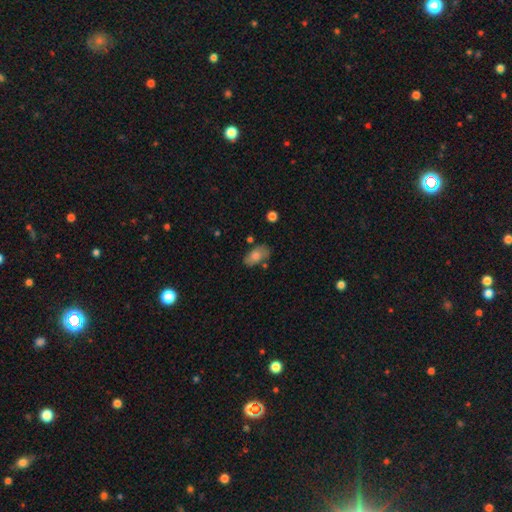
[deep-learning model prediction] Overall: smooth (69%). How rounded: in between (91%). Merging: none (69%).